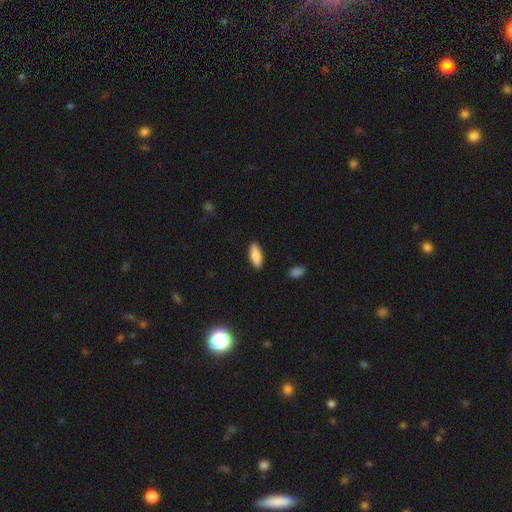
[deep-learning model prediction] smooth_or_featured: smooth (p=0.85) [alt: featured or disk p=0.09]
how_rounded: in between (p=0.67) [alt: cigar-shaped p=0.31]
merging: none (p=0.88) [alt: minor disturbance p=0.09]